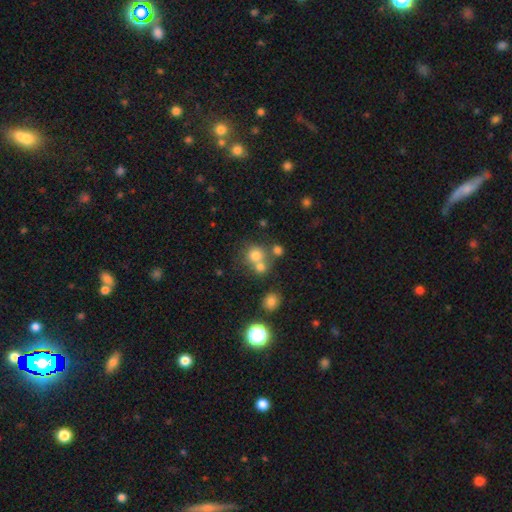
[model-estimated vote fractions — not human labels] Smooth or featured?
  - smooth: 73% *
  - star or artifact: 16%
  - featured or disk: 12%
How rounded?
  - round: 85% *
  - in between: 14%
  - cigar-shaped: 1%
Merging?
  - none: 48% *
  - merger: 40%
  - minor disturbance: 8%
  - major disturbance: 4%